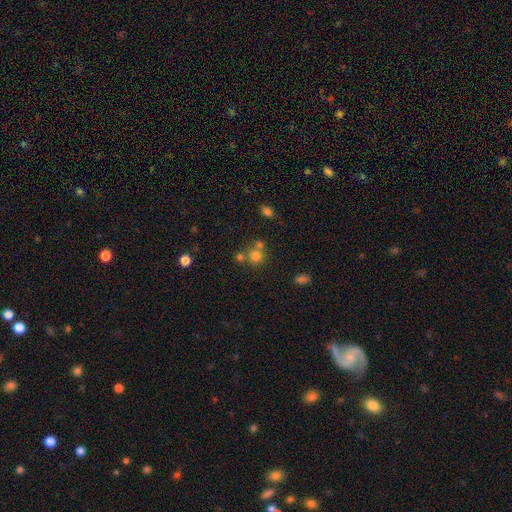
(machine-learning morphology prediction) Q: Smooth or featured?
A: smooth (73%); runner-up: star or artifact (16%)
Q: How rounded?
A: round (89%); runner-up: in between (10%)
Q: Merging?
A: none (54%); runner-up: merger (35%)